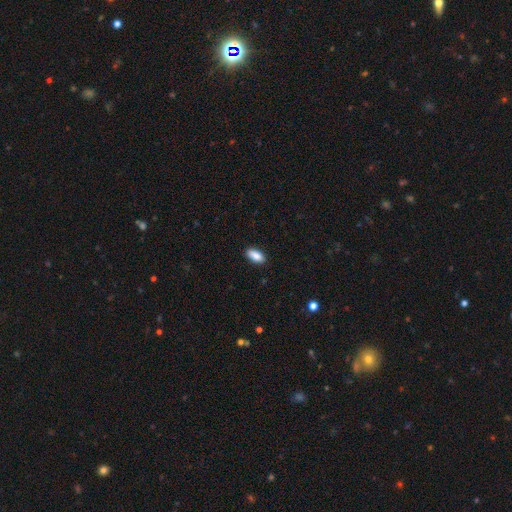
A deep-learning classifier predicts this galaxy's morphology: smooth-or-featured: smooth: 89% | star or artifact: 7% | featured or disk: 5%
  how-rounded: in between: 89% | cigar-shaped: 9% | round: 3%
  merging: none: 89% | minor disturbance: 9% | major disturbance: 2% | merger: 1%